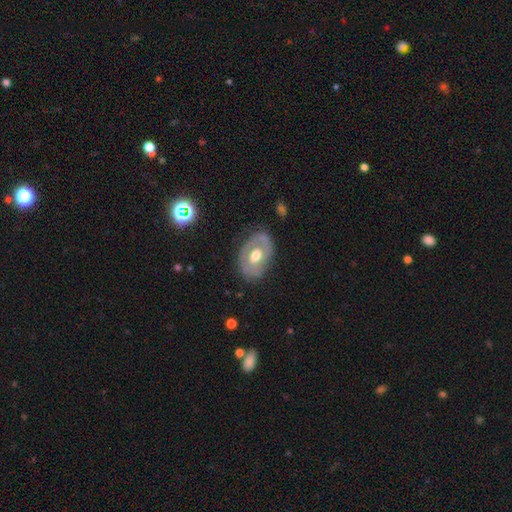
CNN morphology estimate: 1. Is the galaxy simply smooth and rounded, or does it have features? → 61% featured or disk, 34% smooth, 6% star or artifact.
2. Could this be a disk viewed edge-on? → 92% no, 8% yes.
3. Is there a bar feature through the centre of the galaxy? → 72% no, 22% weak, 7% strong.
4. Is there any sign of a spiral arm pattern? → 70% no, 30% yes.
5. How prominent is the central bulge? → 69% moderate, 22% large, 7% small, 1% dominant, 1% none.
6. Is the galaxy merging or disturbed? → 74% none, 18% minor disturbance, 7% major disturbance, 1% merger.